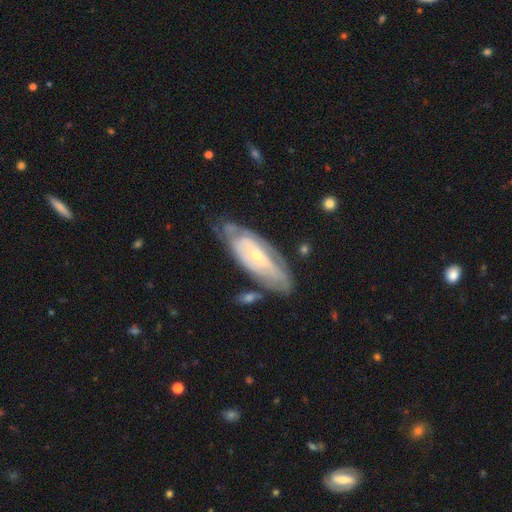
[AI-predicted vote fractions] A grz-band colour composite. It shows a featured or disk galaxy (74%) with no bar (70%), spiral arms (78%) and a small central bulge (74%). Merging: none (60%).